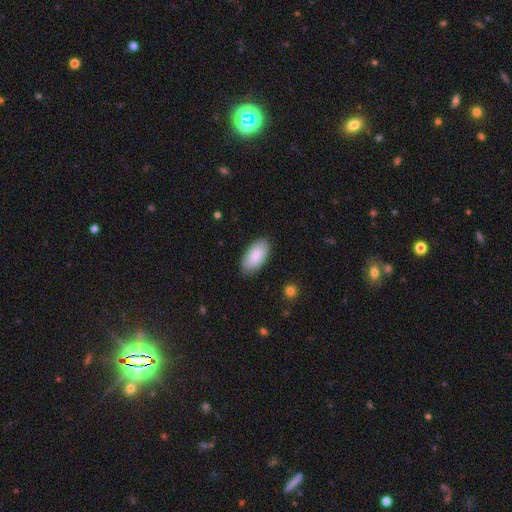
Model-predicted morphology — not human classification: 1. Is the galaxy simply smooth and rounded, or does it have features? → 83% smooth, 11% featured or disk, 6% star or artifact.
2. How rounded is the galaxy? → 95% in between, 3% cigar-shaped, 2% round.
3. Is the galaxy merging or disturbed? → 84% none, 12% minor disturbance, 2% major disturbance, 1% merger.